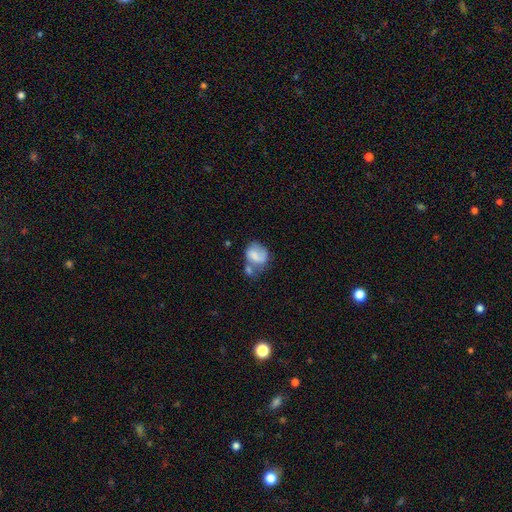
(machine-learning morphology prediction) This appears to be a smooth galaxy with no disk features (62%) that is in between round and cigar-shaped (53%). Merging: none (31%).